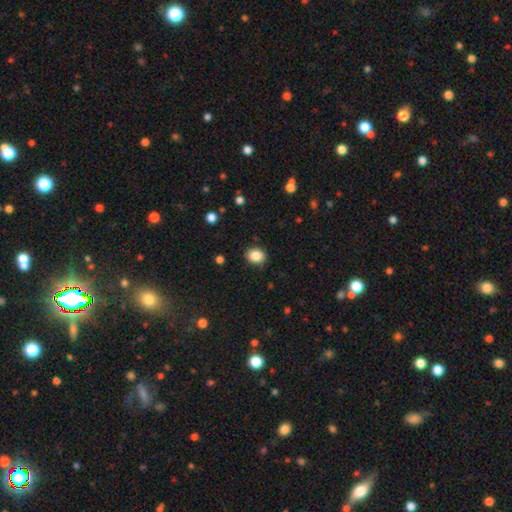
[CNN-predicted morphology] This is clearly a smooth galaxy (86%). How rounded: likely round (68%). Merging: clearly none (87%).